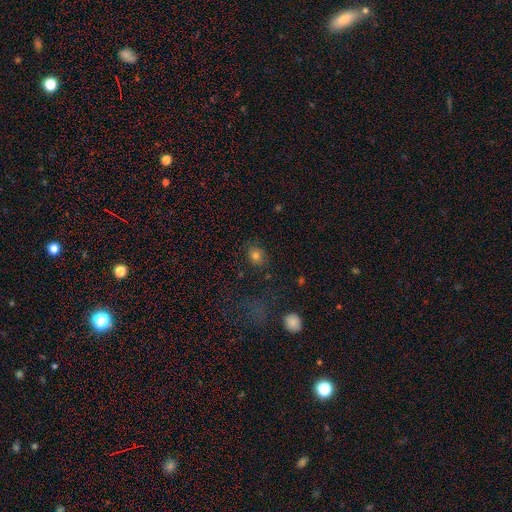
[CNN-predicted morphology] Smooth or featured?
  - smooth: 77% *
  - star or artifact: 14%
  - featured or disk: 9%
How rounded?
  - round: 55% *
  - in between: 44%
  - cigar-shaped: 1%
Merging?
  - none: 80% *
  - minor disturbance: 13%
  - major disturbance: 4%
  - merger: 2%